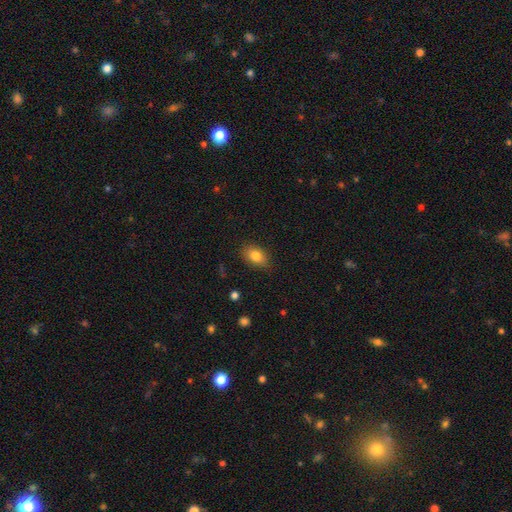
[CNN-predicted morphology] Smooth or featured? smooth (82%)
How rounded? in between (82%)
Merging? none (83%)